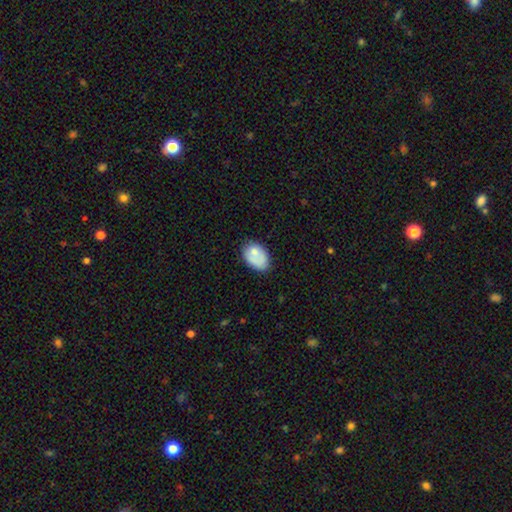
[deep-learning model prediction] The model was most divided on "merging": none: 58%, minor disturbance: 27%, major disturbance: 9%, merger: 6%. More confident: how rounded — in between (85%); smooth or featured — smooth (75%).